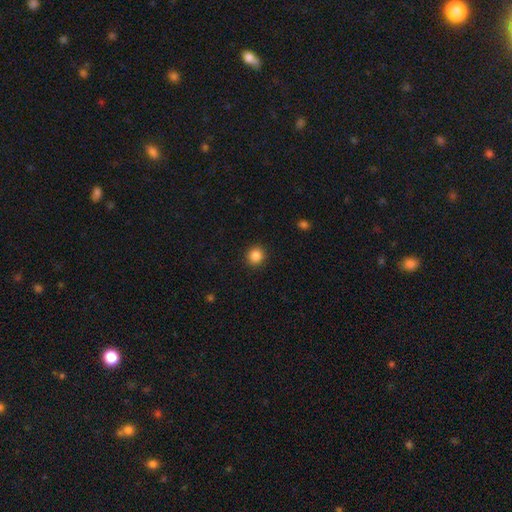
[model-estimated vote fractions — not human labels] A smooth galaxy with no disk features (86%) that is round (92%).

Vote fractions:
- Smooth or featured? smooth: 86% / star or artifact: 11% / featured or disk: 4%
- How rounded? round: 92% / in between: 7% / cigar-shaped: 1%
- Merging? none: 92% / minor disturbance: 5% / major disturbance: 2% / merger: 1%